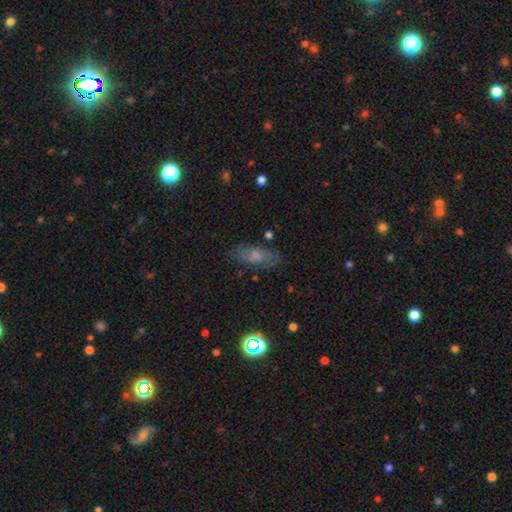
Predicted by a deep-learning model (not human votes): Smooth or featured? smooth (55%)
How rounded? in between (79%)
Merging? none (76%)